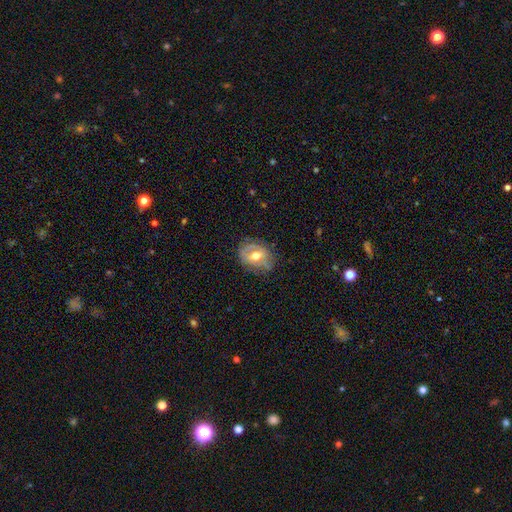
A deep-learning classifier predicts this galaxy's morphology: Overall: featured or disk (57%; smooth 36%). Edge-on disk: no (94%). Bar: weak (39%; no 38%). Spiral arms: no (56%; yes 44%). Bulge size: moderate (75%). Merging: none (68%).